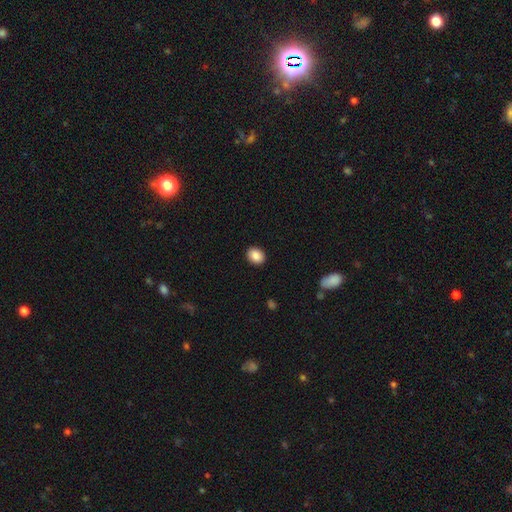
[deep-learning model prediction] Smooth or featured: smooth — 87% (star or artifact — 8%)
How rounded: round — 51% (in between — 48%)
Merging: none — 91% (minor disturbance — 6%)